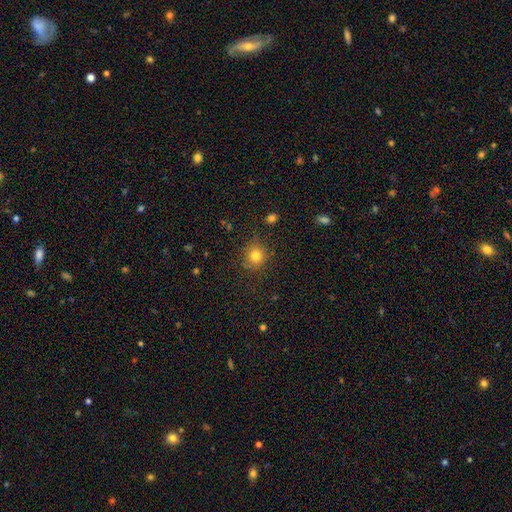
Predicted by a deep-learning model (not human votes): Overall: smooth (79%). How rounded: round (89%). Merging: none (81%).